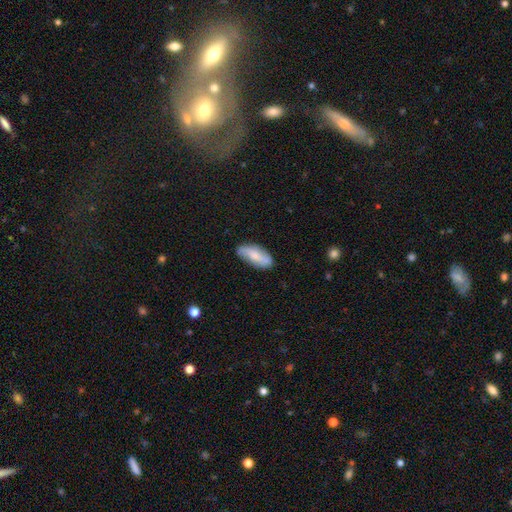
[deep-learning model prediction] Smooth or featured? Predicted: smooth (p=0.63). How rounded? Predicted: in between (p=0.79). Merging? Predicted: none (p=0.77).